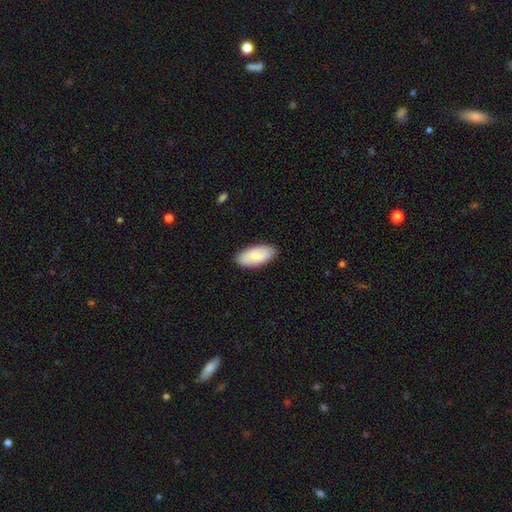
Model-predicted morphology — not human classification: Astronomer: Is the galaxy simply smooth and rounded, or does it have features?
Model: smooth — 81%.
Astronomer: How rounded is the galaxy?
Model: in between — 92%.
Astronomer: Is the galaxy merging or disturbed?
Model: none — 87%.